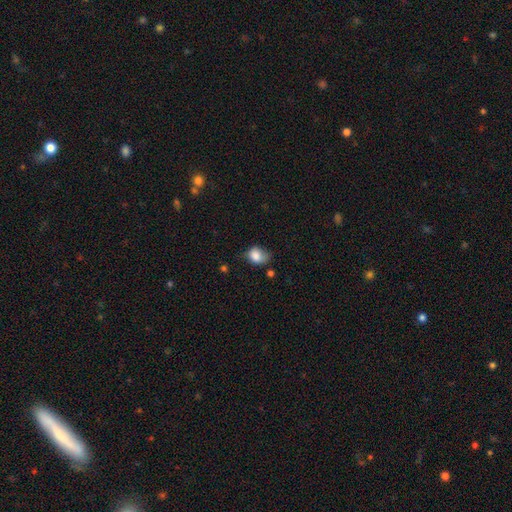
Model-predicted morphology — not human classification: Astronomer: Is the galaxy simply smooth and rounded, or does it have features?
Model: smooth — 82%.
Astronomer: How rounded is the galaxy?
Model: in between — 54% (runner-up: round, 45%).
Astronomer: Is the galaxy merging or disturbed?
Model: none — 42% (runner-up: minor disturbance, 40%).